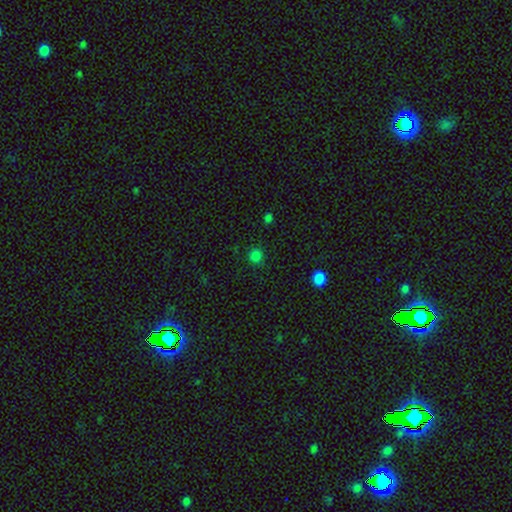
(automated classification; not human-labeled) smooth_or_featured: smooth (p=0.80) [alt: star or artifact p=0.17]
how_rounded: round (p=0.91) [alt: in between p=0.08]
merging: none (p=0.87) [alt: minor disturbance p=0.08]